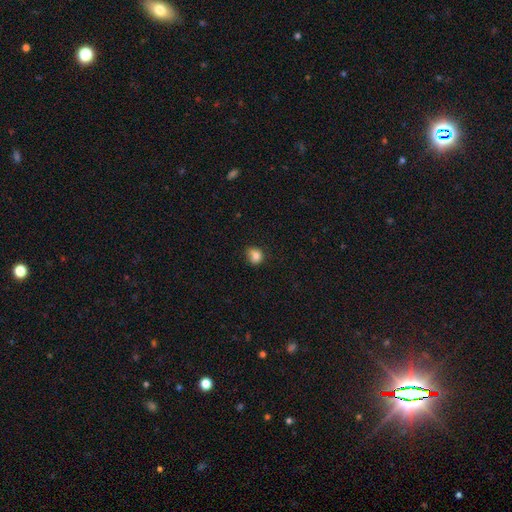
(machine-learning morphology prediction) A smooth galaxy with no disk features (80%) that is round (66%).

Vote fractions:
- Smooth or featured? smooth: 80% / star or artifact: 11% / featured or disk: 9%
- How rounded? round: 66% / in between: 33% / cigar-shaped: 1%
- Merging? none: 56% / minor disturbance: 31% / major disturbance: 8% / merger: 5%